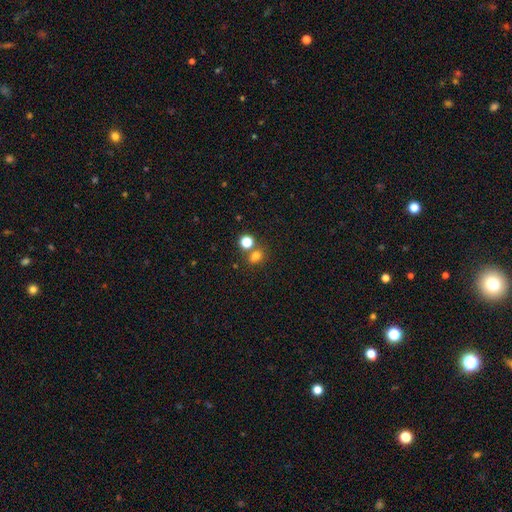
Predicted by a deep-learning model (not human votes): A smooth galaxy with no disk features (74%) that is round (68%). Merging: none (60%).